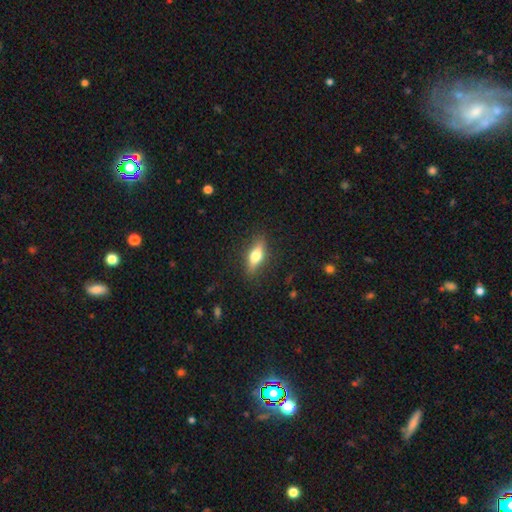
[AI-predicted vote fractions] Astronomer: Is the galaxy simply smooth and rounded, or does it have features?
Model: smooth — 62%.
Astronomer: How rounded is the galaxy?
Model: in between — 59% (runner-up: cigar-shaped, 36%).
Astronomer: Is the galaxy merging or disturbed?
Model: none — 84%.